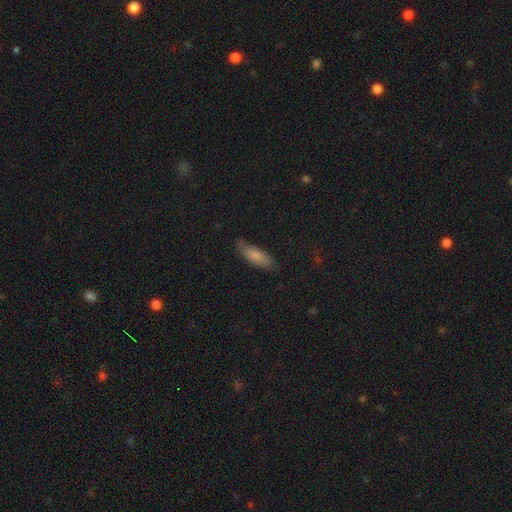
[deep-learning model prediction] A smooth galaxy with no disk features (78%) that is in between round and cigar-shaped (59%). Merging: none (74%).